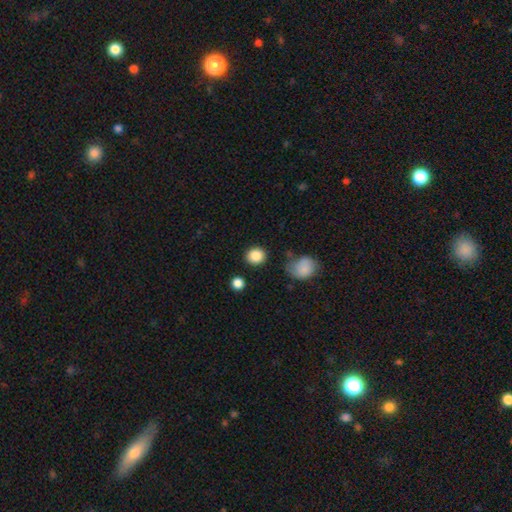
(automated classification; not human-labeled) This appears to be a smooth galaxy with no disk features (86%) that is round (83%). Merging: none (84%).